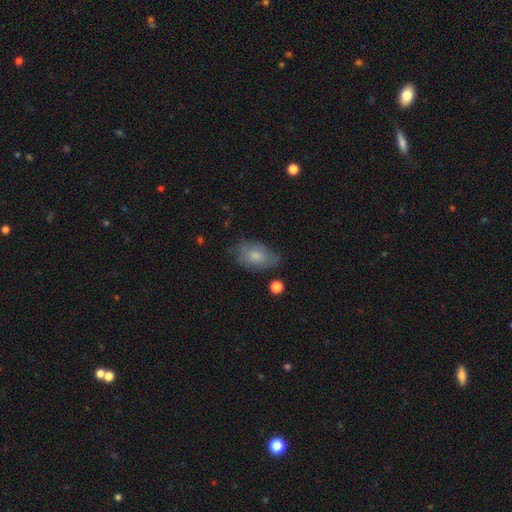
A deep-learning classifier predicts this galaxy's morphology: Smooth or featured? Predicted: smooth (p=0.65). How rounded? Predicted: in between (p=0.90). Merging? Predicted: none (p=0.62).